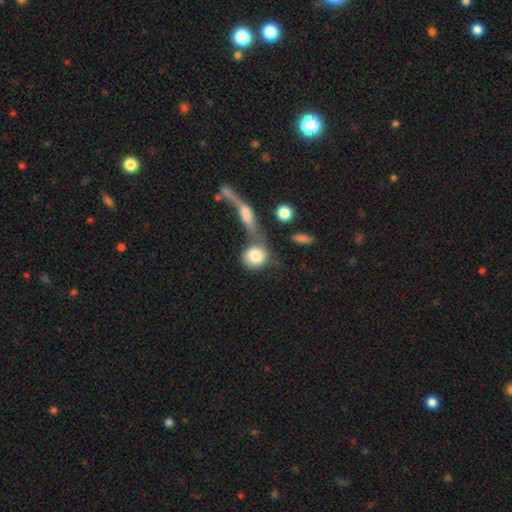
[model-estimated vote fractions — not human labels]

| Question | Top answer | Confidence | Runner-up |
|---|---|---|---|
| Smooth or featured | smooth | 79% | featured or disk (14%) |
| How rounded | round | 76% | in between (21%) |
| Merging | none | 39% | tied: merger (39%) |